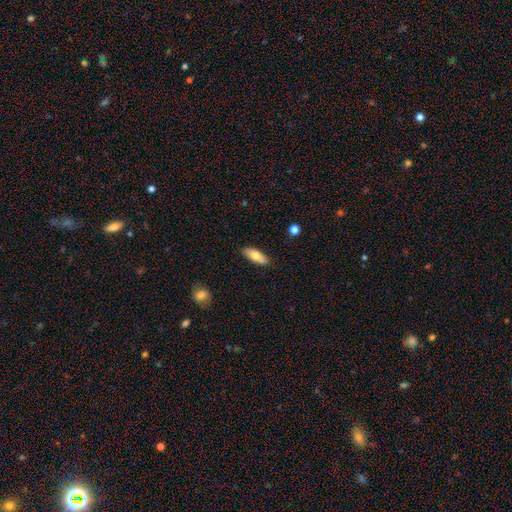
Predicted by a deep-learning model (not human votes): Q: Smooth or featured?
A: smooth (72%); runner-up: featured or disk (21%)
Q: How rounded?
A: in between (71%); runner-up: cigar-shaped (26%)
Q: Merging?
A: none (83%); runner-up: minor disturbance (12%)